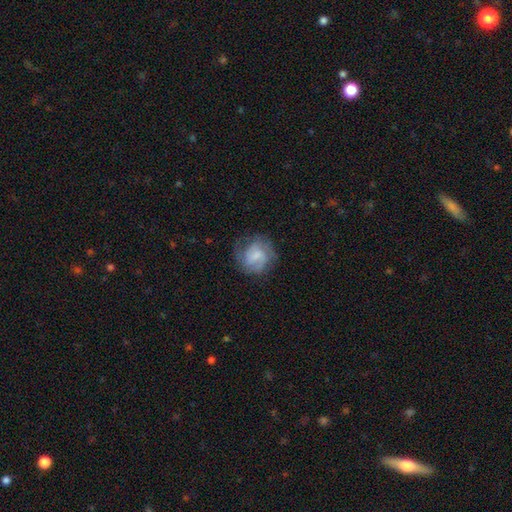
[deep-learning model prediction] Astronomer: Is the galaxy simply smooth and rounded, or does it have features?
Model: featured or disk — 63%.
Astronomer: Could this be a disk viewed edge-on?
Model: no — 98%.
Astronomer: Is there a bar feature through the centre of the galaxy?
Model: weak — 51% (runner-up: no, 38%).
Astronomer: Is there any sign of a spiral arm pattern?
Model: yes — 90%.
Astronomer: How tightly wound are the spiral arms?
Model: medium — 44% (runner-up: tight, 41%).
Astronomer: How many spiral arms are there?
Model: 2 — 45% (runner-up: can't tell, 25%).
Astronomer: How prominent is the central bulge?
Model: small — 39% (runner-up: none, 28%).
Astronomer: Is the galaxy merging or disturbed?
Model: none — 66%.